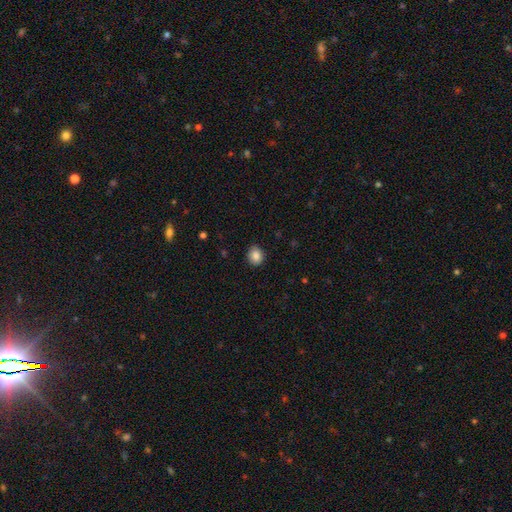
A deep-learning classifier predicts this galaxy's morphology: Smooth or featured?
  - smooth: 85% *
  - star or artifact: 9%
  - featured or disk: 6%
How rounded?
  - round: 70% *
  - in between: 29%
  - cigar-shaped: 1%
Merging?
  - none: 87% *
  - minor disturbance: 10%
  - major disturbance: 2%
  - merger: 1%